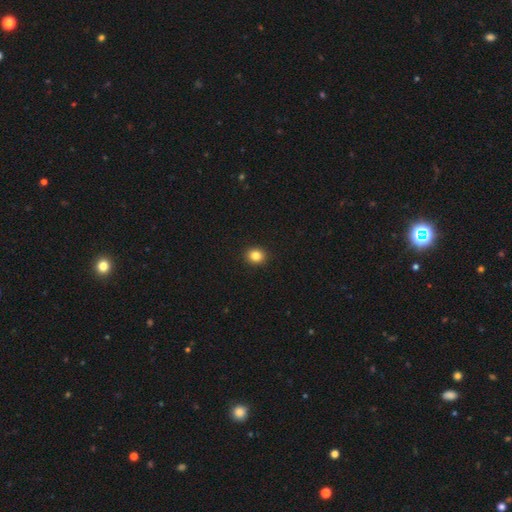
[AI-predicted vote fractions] A smooth galaxy with no disk features (84%) that is round (77%).

Vote fractions:
- Smooth or featured? smooth: 84% / star or artifact: 11% / featured or disk: 4%
- How rounded? round: 77% / in between: 22% / cigar-shaped: 1%
- Merging? none: 93% / minor disturbance: 5% / major disturbance: 1% / merger: 1%